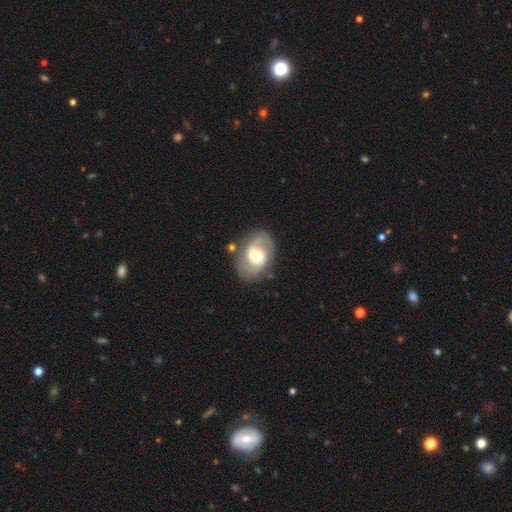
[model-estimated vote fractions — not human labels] The model was most divided on "bar": no: 44%, weak: 43%, strong: 13%. Remaining: edge-on disk — no (96%); spiral arms — yes (86%); spiral arm count — 2 (84%); merging — none (75%); smooth or featured — featured or disk (70%); bulge size — moderate (63%); spiral winding — medium (47%).